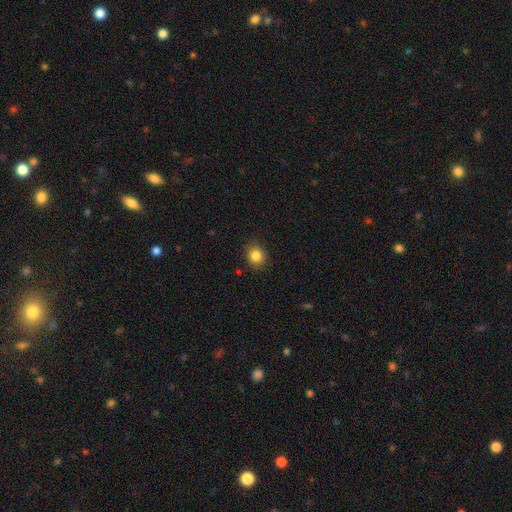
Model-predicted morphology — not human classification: Smooth or featured?
  - smooth: 85% *
  - star or artifact: 10%
  - featured or disk: 5%
How rounded?
  - round: 75% *
  - in between: 24%
  - cigar-shaped: 1%
Merging?
  - none: 87% *
  - minor disturbance: 9%
  - major disturbance: 2%
  - merger: 1%